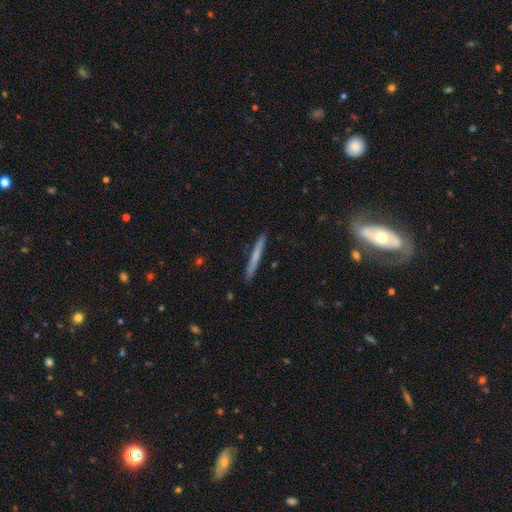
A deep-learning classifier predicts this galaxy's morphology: A smooth galaxy with no disk features (58%) that is cigar-shaped (97%).

Vote fractions:
- Smooth or featured? smooth: 58% / featured or disk: 36% / star or artifact: 6%
- How rounded? cigar-shaped: 97% / in between: 2% / round: 1%
- Merging? none: 91% / minor disturbance: 6% / major disturbance: 1% / merger: 1%